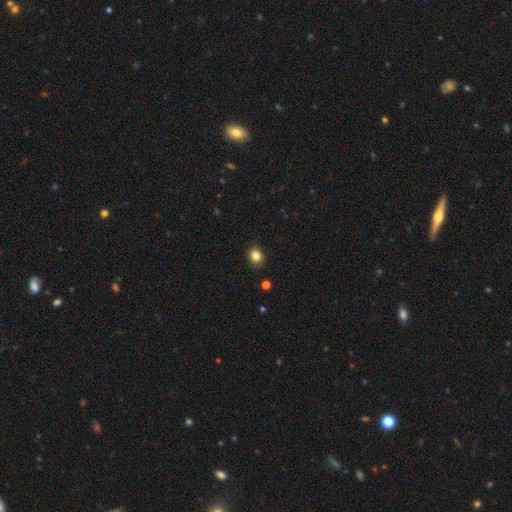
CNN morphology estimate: Smooth or featured? Predicted: smooth (p=0.84). How rounded? Predicted: round (p=0.64). Merging? Predicted: none (p=0.88).